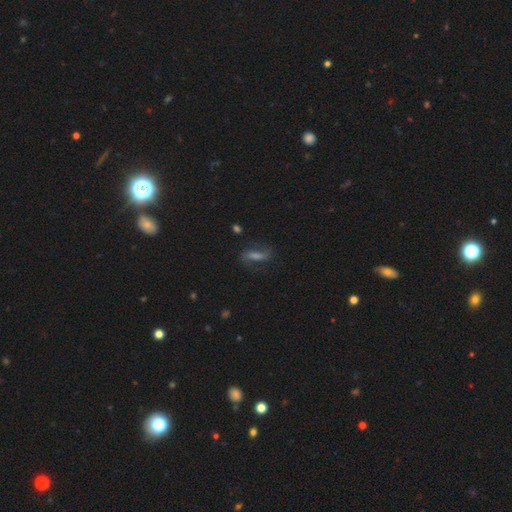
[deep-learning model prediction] This appears to be a featured or disk galaxy (54%). Merging: none (74%).